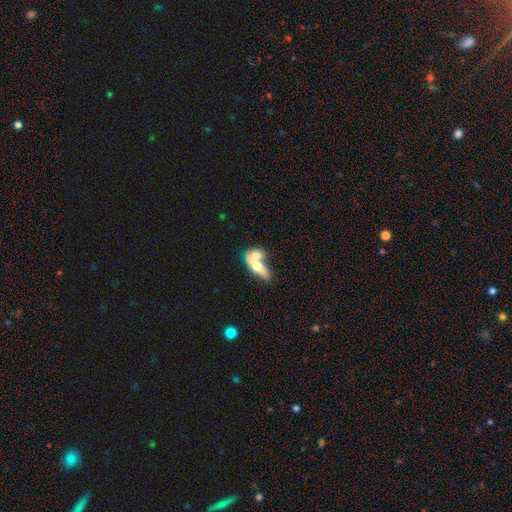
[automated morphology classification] Overall: smooth (58%; featured or disk 36%). How rounded: in between (74%). Merging: merger (72%).